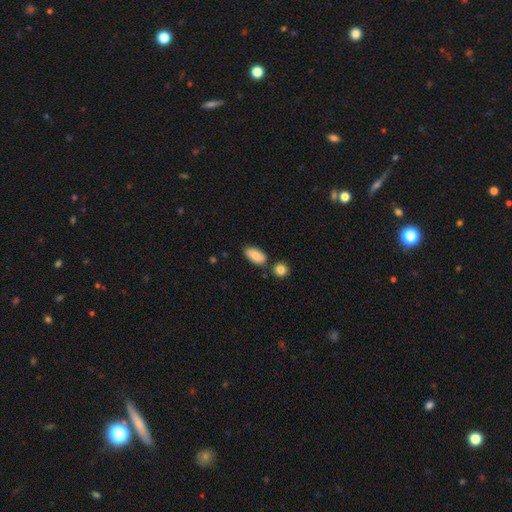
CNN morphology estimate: Smooth or featured? Predicted: smooth (p=0.87). How rounded? Predicted: in between (p=0.89). Merging? Predicted: none (p=0.73).